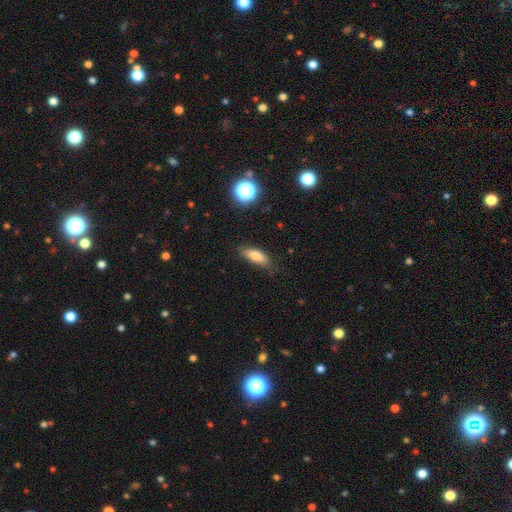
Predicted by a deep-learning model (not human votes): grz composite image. It shows a smooth galaxy with no disk features (78%) that is in between round and cigar-shaped (60%). Merging: none (73%).